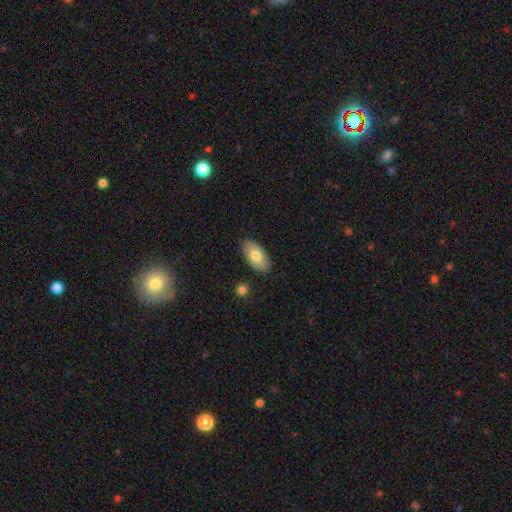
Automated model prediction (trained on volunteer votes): A smooth galaxy with no disk features (73%) that is in between round and cigar-shaped (94%).

Vote fractions:
- Smooth or featured? smooth: 73% / featured or disk: 21% / star or artifact: 6%
- How rounded? in between: 94% / round: 3% / cigar-shaped: 2%
- Merging? none: 85% / minor disturbance: 11% / major disturbance: 2% / merger: 2%